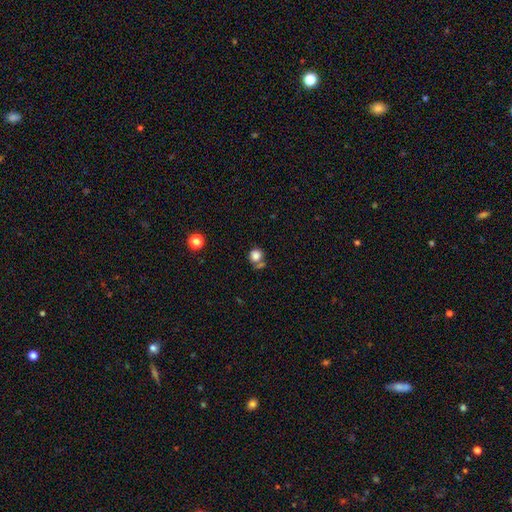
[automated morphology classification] Overall: smooth (81%). How rounded: round (83%). Merging: none (55%; merger 24%).